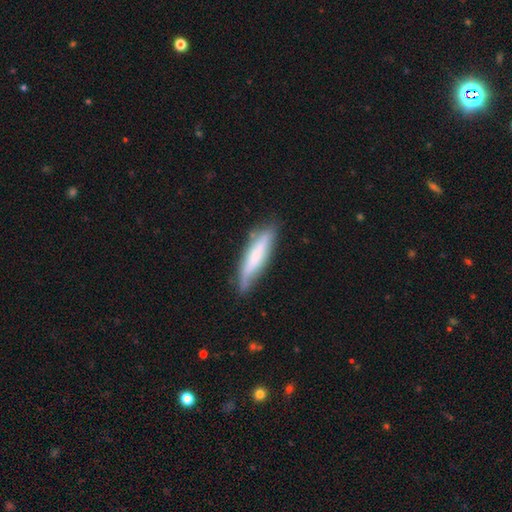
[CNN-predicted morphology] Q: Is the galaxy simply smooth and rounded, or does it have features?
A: smooth — 58%.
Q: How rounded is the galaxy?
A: cigar-shaped — 80%.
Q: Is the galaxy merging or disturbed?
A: none — 69%.